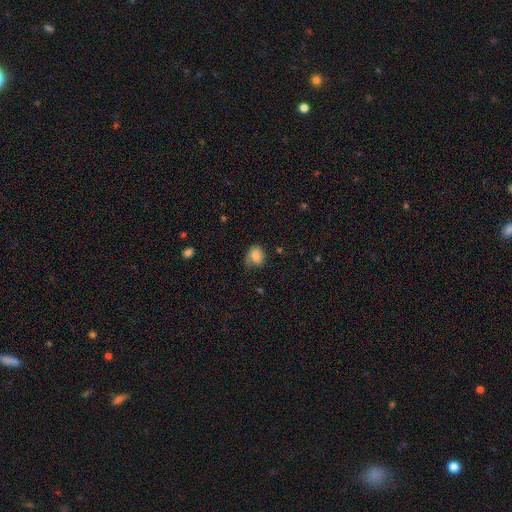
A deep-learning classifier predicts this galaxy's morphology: Overall: smooth (81%). How rounded: round (54%; in between 45%). Merging: none (55%; minor disturbance 31%).